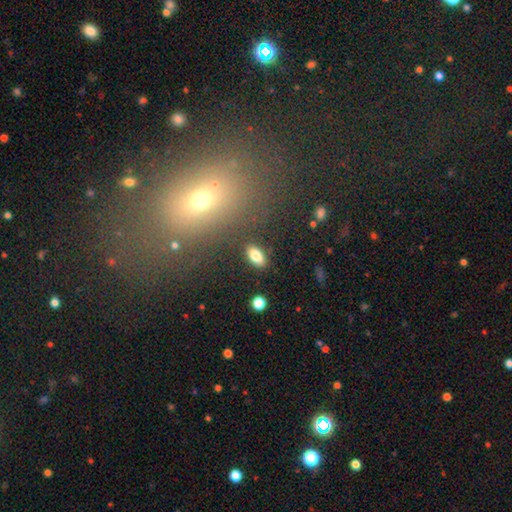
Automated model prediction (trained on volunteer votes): Smooth or featured? Predicted: smooth (p=0.83). How rounded? Predicted: in between (p=0.90). Merging? Predicted: none (p=0.87).